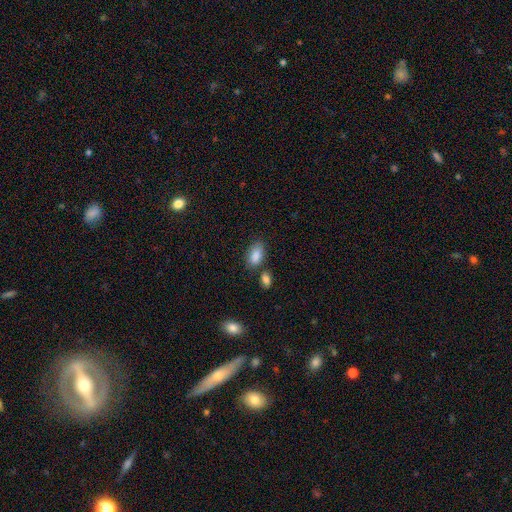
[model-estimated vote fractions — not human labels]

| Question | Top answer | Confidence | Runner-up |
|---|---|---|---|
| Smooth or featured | smooth | 87% | star or artifact (7%) |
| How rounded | in between | 92% | round (5%) |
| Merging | none | 67% | minor disturbance (16%) |